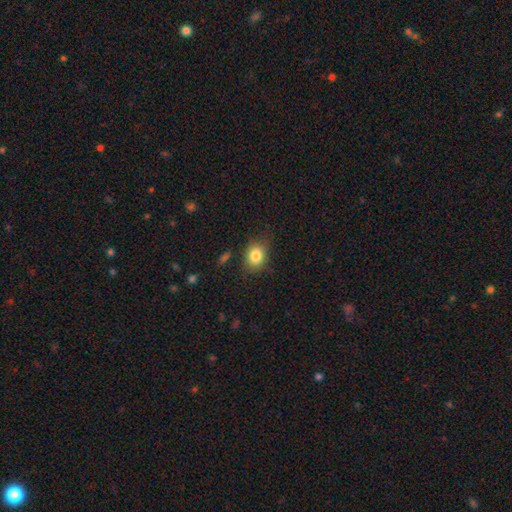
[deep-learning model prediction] Smooth or featured?
  - smooth: 83% *
  - star or artifact: 10%
  - featured or disk: 7%
How rounded?
  - round: 50% *
  - in between: 49%
  - cigar-shaped: 1%
Merging?
  - none: 76% *
  - minor disturbance: 18%
  - major disturbance: 4%
  - merger: 2%